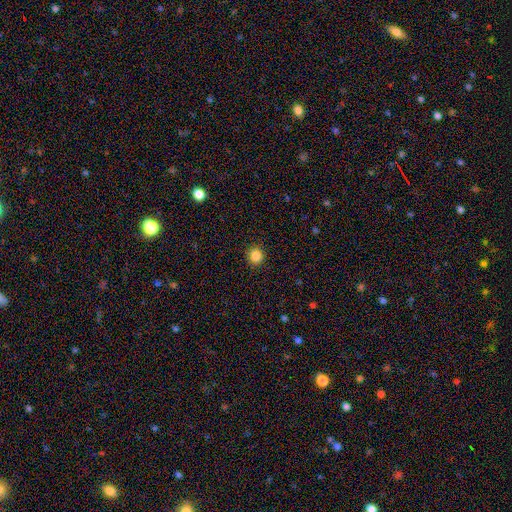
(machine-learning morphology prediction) The model was most divided on "smooth or featured": smooth: 86%, star or artifact: 11%, featured or disk: 3%. More confident: merging — none (92%); how rounded — round (91%).